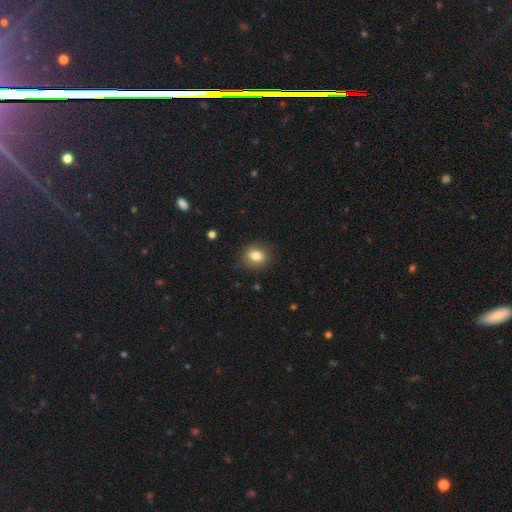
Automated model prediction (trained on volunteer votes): This is clearly a smooth galaxy (81%). How rounded: likely round (61%). Merging: clearly none (86%).